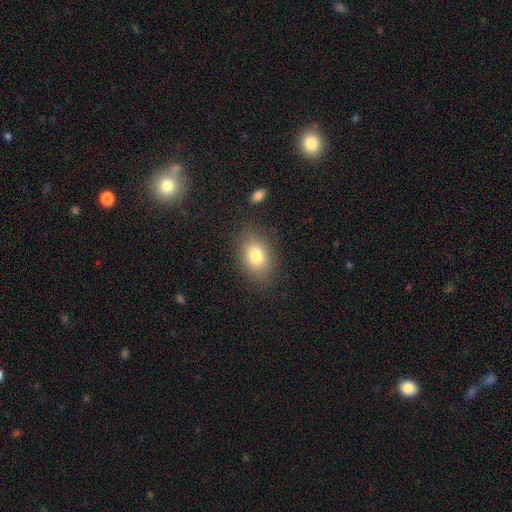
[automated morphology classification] Q: Smooth or featured?
A: smooth (79%); runner-up: featured or disk (12%)
Q: How rounded?
A: in between (81%); runner-up: round (18%)
Q: Merging?
A: none (82%); runner-up: minor disturbance (12%)